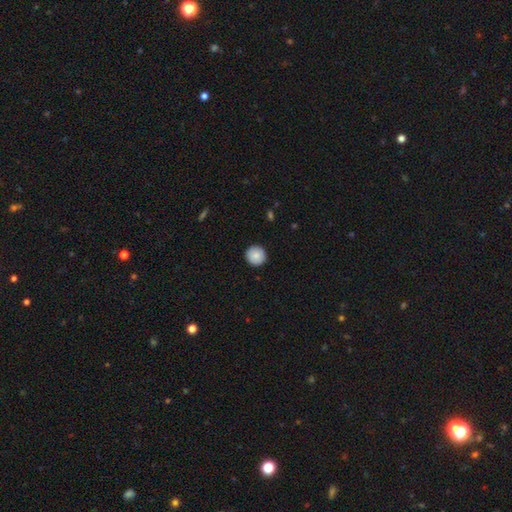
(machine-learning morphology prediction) Smooth or featured? Predicted: smooth (p=0.86). How rounded? Predicted: round (p=0.95). Merging? Predicted: none (p=0.92).